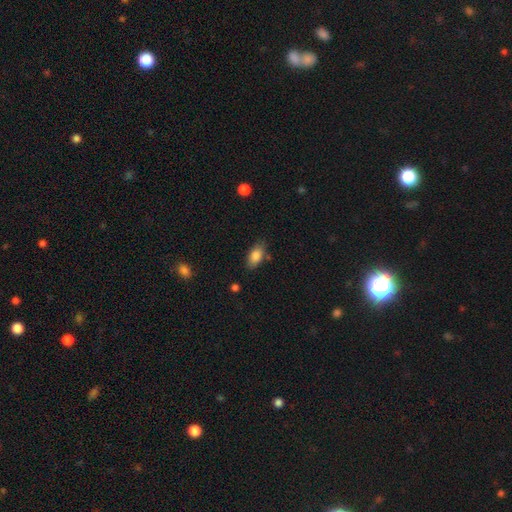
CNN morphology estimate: Overall: smooth (84%). How rounded: in between (90%). Merging: none (77%).